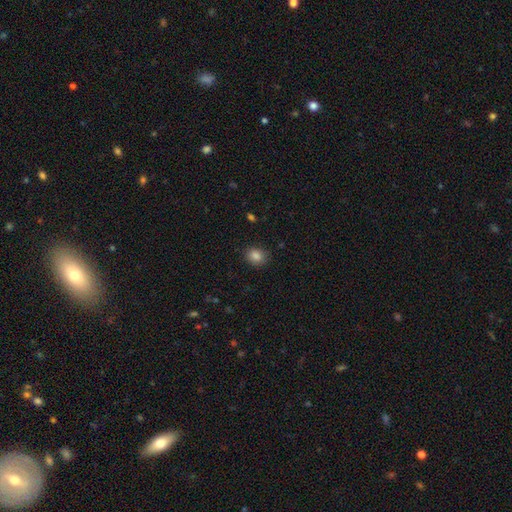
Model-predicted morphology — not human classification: smooth 85%, star or artifact 10%, featured or disk 5%. Down the decision tree: how rounded — round (54%); merging — none (86%).